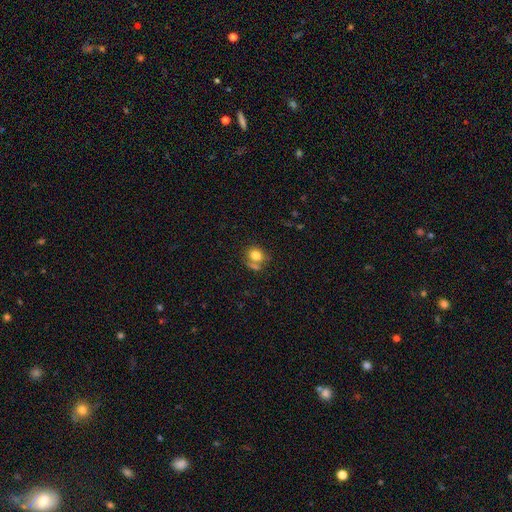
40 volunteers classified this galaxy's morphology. A smooth galaxy with no disk features (72%) that is in between round and cigar-shaped (66%). Merging: none (64%).